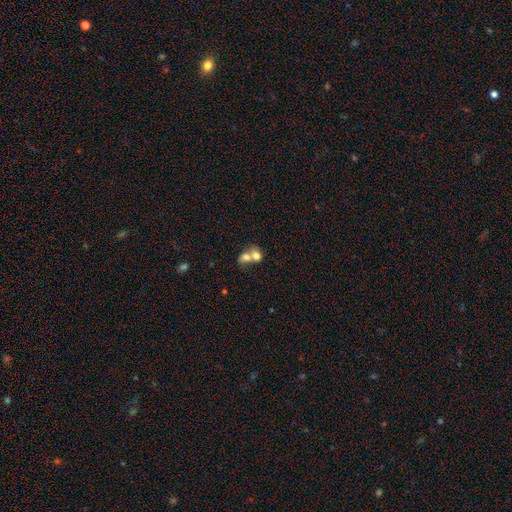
smooth 72%, featured or disk 25%, star or artifact 3%. Down the decision tree: how rounded — round (65%); merging — merger (71%).